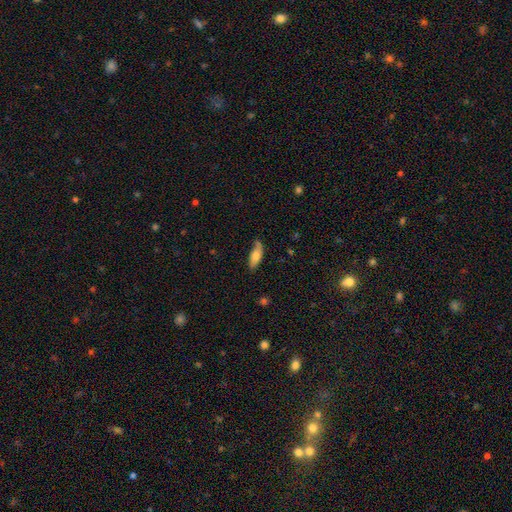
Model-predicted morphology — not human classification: type=smooth (70%); roundness=in between (68%); merging=none (66%).